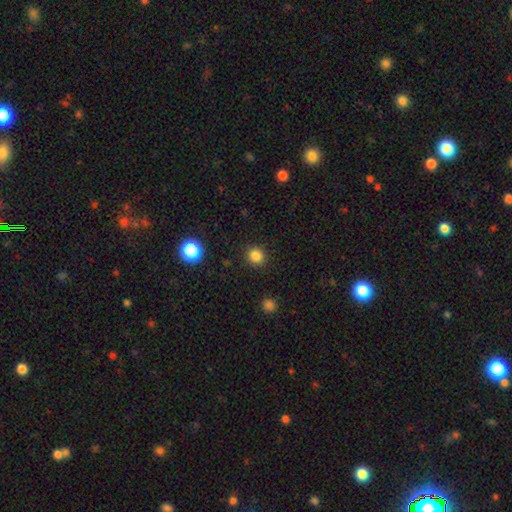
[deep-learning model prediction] Smooth or featured: smooth — 84% (star or artifact — 12%)
How rounded: round — 90% (in between — 9%)
Merging: none — 91% (minor disturbance — 6%)